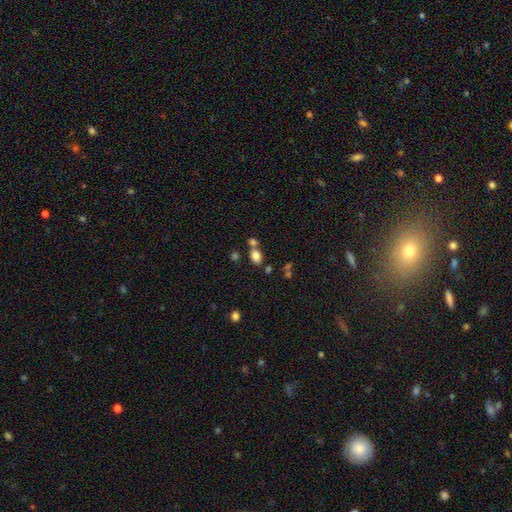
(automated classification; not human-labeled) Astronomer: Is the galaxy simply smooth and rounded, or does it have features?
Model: smooth — 81%.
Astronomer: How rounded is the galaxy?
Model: in between — 73%.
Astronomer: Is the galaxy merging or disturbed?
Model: none — 59%.